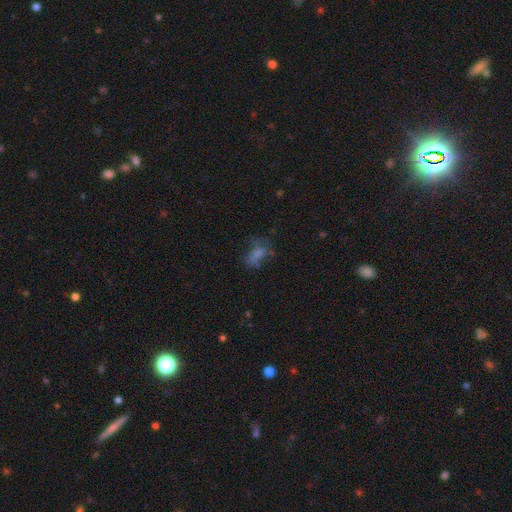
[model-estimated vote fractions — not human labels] The model was most divided on "smooth or featured": smooth: 44%, featured or disk: 30%, star or artifact: 27%. Remaining: merging — none (47%).